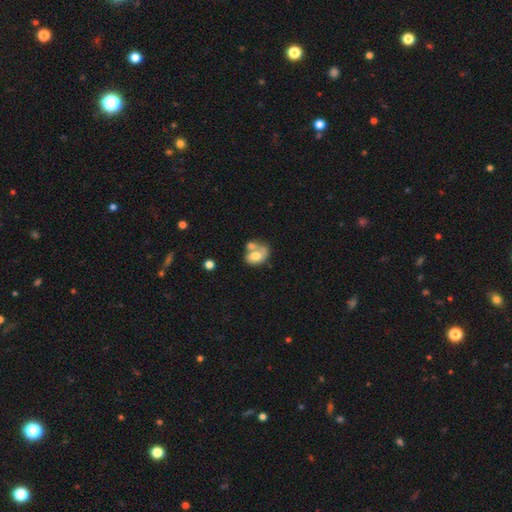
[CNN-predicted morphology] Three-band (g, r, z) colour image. It shows a smooth galaxy with no disk features (58%) that is in between round and cigar-shaped (72%). Merging: merger (51%).